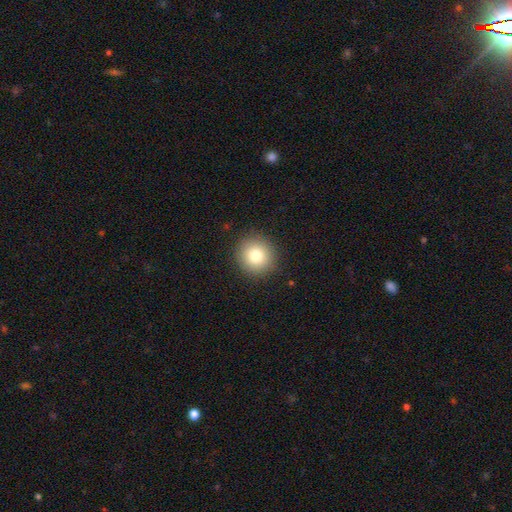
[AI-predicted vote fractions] smooth 80%, star or artifact 11%, featured or disk 9%. Down the decision tree: how rounded — round (93%); merging — none (91%).